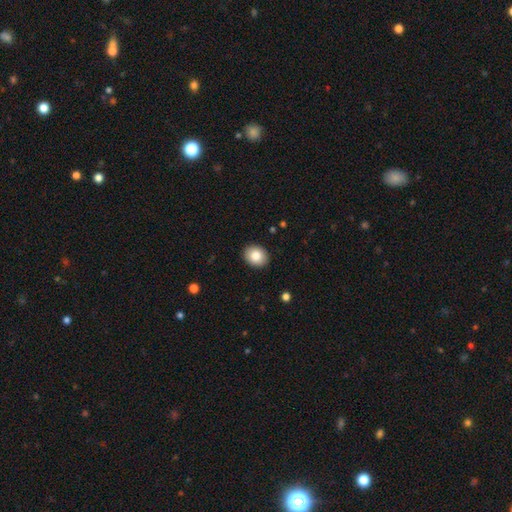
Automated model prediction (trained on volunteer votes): A smooth galaxy with no disk features (84%) that is round (50%).

Vote fractions:
- Smooth or featured? smooth: 84% / featured or disk: 8% / star or artifact: 8%
- How rounded? round: 50% / in between: 49% / cigar-shaped: 1%
- Merging? none: 91% / minor disturbance: 7% / major disturbance: 2% / merger: 1%